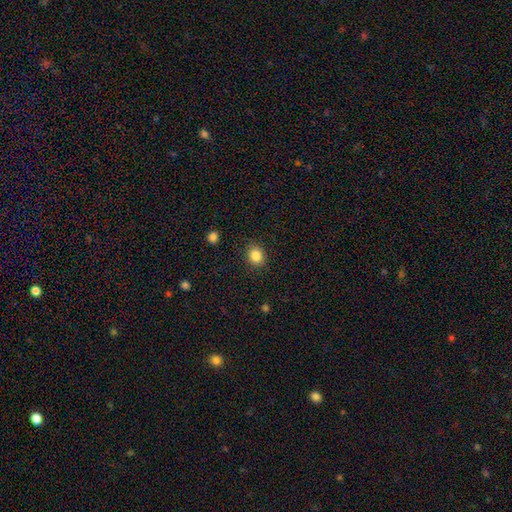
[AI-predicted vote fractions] A smooth galaxy with no disk features (85%) that is round (64%).

Vote fractions:
- Smooth or featured? smooth: 85% / star or artifact: 10% / featured or disk: 5%
- How rounded? round: 64% / in between: 35% / cigar-shaped: 1%
- Merging? none: 87% / minor disturbance: 9% / major disturbance: 3% / merger: 1%